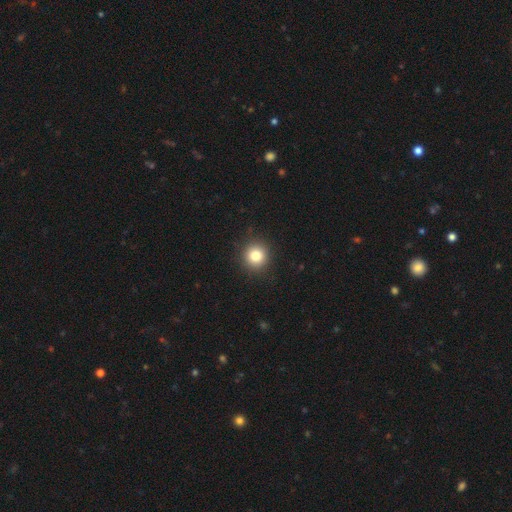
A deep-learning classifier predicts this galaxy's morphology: Smooth or featured? Predicted: smooth (p=0.81). How rounded? Predicted: round (p=0.93). Merging? Predicted: none (p=0.91).